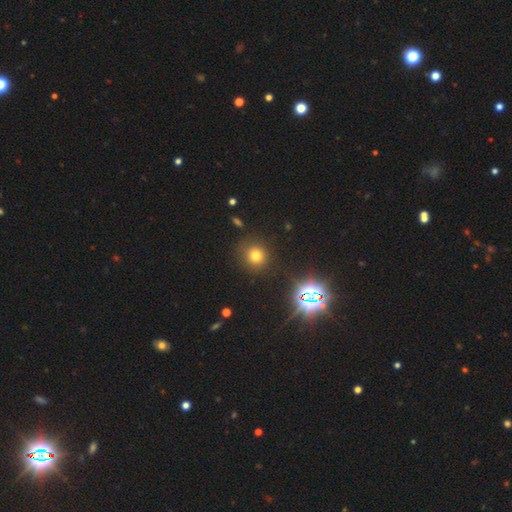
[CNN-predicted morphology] smooth-or-featured: smooth: 69% | star or artifact: 22% | featured or disk: 8%
  how-rounded: round: 91% | in between: 8% | cigar-shaped: 1%
  merging: none: 87% | minor disturbance: 8% | major disturbance: 3% | merger: 2%